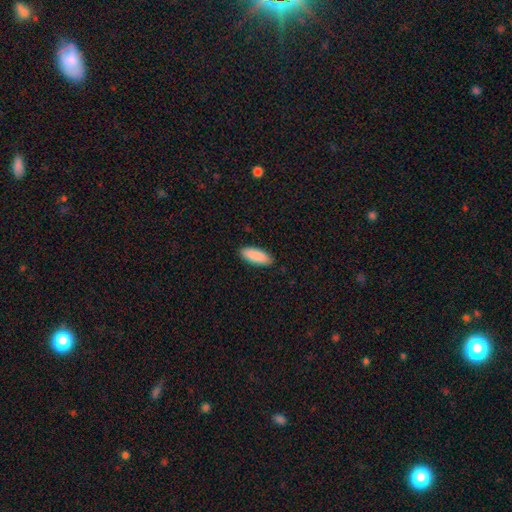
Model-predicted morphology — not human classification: The model was most divided on "how rounded": in between: 77%, cigar-shaped: 21%, round: 2%. More confident: smooth or featured — smooth (91%); merging — none (89%).